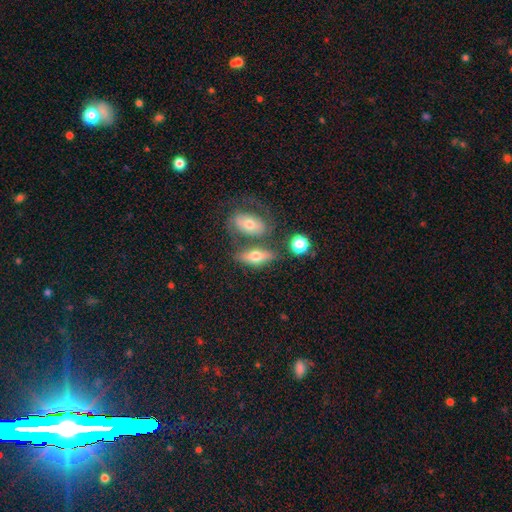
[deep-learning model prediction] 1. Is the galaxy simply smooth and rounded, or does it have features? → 52% smooth, 38% featured or disk, 9% star or artifact.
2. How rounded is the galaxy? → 66% in between, 25% cigar-shaped, 9% round.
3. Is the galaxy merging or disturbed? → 58% none, 23% merger, 13% minor disturbance, 6% major disturbance.